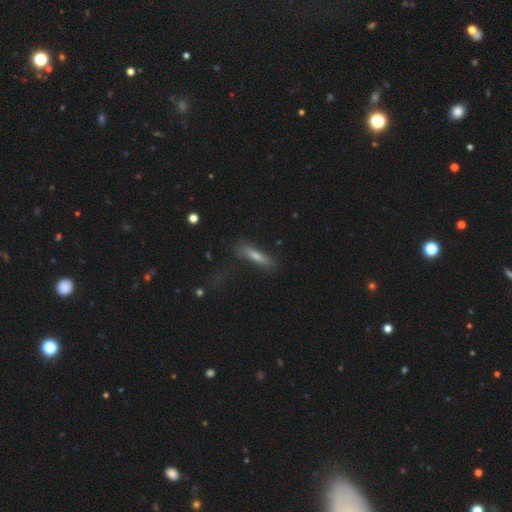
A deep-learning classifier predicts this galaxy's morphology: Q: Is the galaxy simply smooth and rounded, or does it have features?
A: smooth — 58%.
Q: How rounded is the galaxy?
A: cigar-shaped — 81%.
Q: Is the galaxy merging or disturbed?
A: none — 71%.